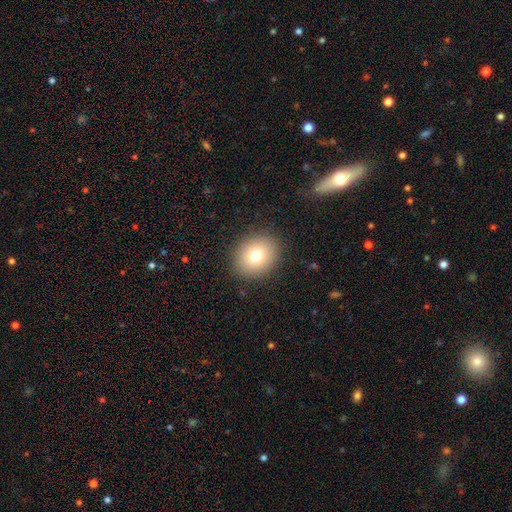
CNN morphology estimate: Smooth or featured? smooth (75%)
How rounded? round (67%)
Merging? none (90%)